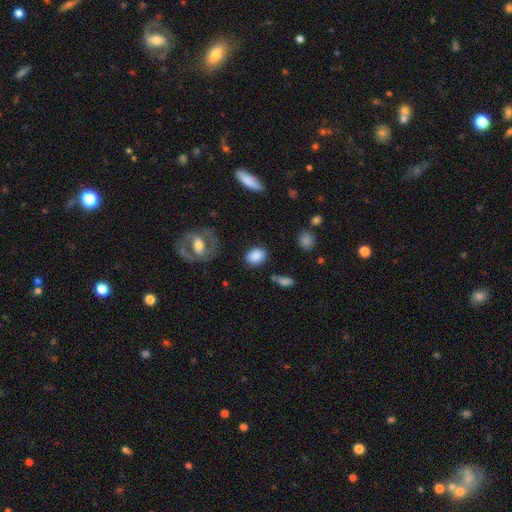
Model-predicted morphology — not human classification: smooth-or-featured: smooth: 83% | featured or disk: 10% | star or artifact: 7%
  how-rounded: in between: 69% | round: 30% | cigar-shaped: 1%
  merging: none: 80% | minor disturbance: 12% | major disturbance: 5% | merger: 3%